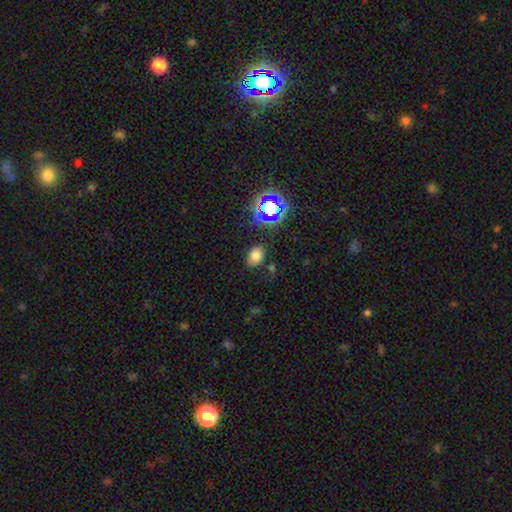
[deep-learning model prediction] A smooth galaxy with no disk features (72%) that is in between round and cigar-shaped (78%). Merging: none (79%).